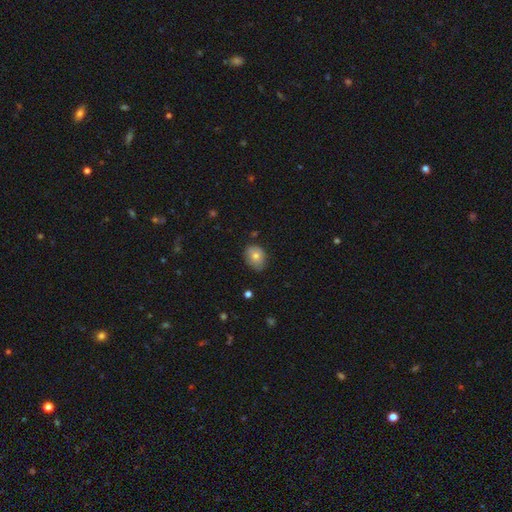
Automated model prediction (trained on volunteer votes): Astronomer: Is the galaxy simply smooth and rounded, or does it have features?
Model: smooth — 76%.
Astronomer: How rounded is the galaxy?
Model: in between — 53% (runner-up: round, 46%).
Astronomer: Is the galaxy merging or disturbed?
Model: none — 69%.